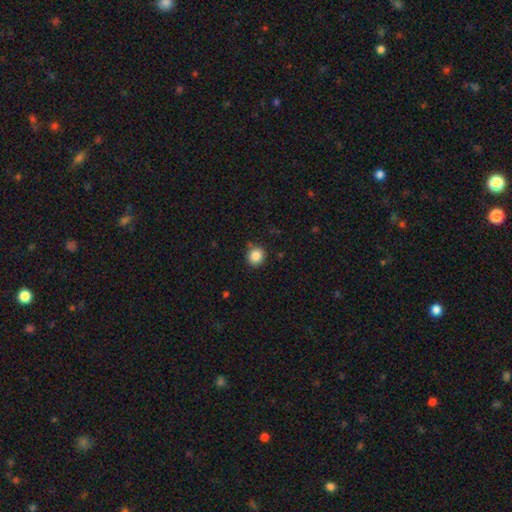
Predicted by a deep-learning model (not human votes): This appears to be a smooth galaxy with no disk features (86%) that is round (89%). Merging: none (84%).